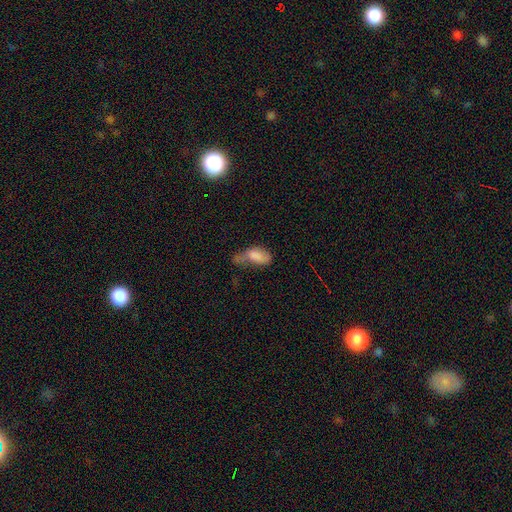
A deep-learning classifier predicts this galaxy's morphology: Smooth or featured?
  - smooth: 67% *
  - featured or disk: 23%
  - star or artifact: 10%
How rounded?
  - in between: 89% *
  - cigar-shaped: 6%
  - round: 6%
Merging?
  - major disturbance: 36% *
  - minor disturbance: 27%
  - none: 20%
  - merger: 17%